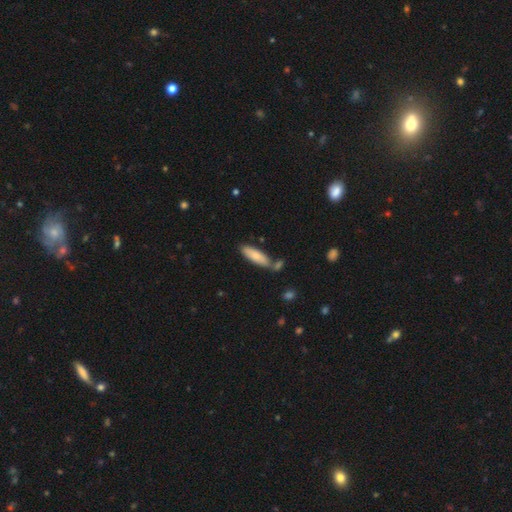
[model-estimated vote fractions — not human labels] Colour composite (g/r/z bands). It shows a smooth galaxy with no disk features (80%) that is cigar-shaped (55%). Merging: none (72%).